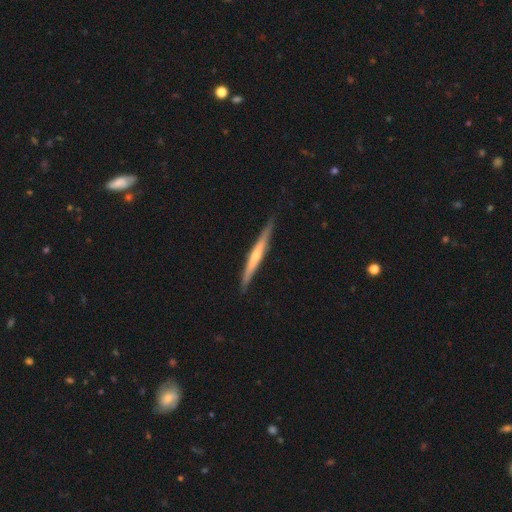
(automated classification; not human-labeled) smooth-or-featured: featured or disk: 64% | smooth: 31% | star or artifact: 5%
  disk-edge-on: yes: 97% | no: 3%
    edge-on-bulge: rounded: 56% | none: 39% | boxy: 5%
  merging: none: 89% | minor disturbance: 9% | major disturbance: 1% | merger: 1%